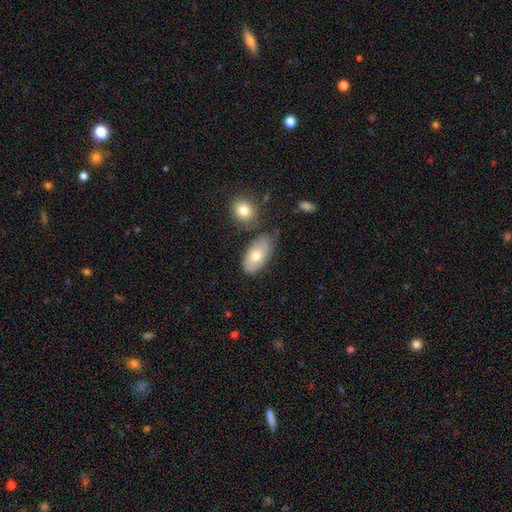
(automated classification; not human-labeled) Smooth or featured? smooth (67%)
How rounded? in between (92%)
Merging? none (60%)